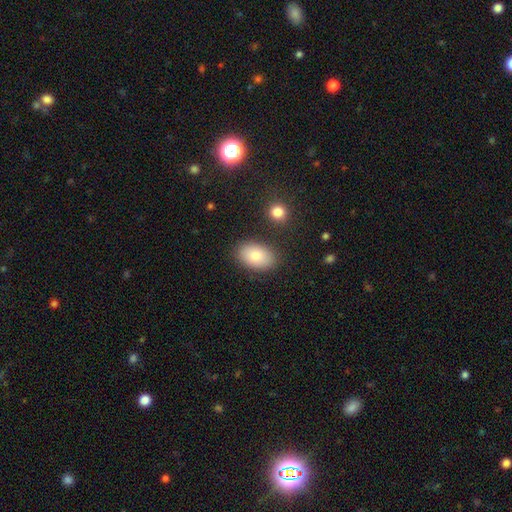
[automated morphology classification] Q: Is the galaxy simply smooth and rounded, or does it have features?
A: smooth — 83%.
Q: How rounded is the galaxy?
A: in between — 90%.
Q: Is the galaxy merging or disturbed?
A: none — 83%.